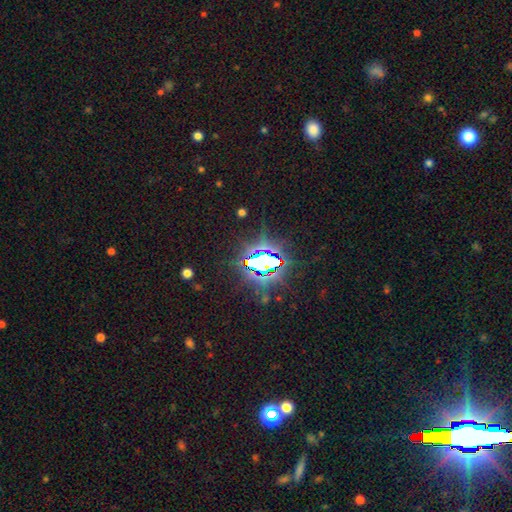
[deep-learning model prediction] This is likely a star or artifact rather than a galaxy (79%).